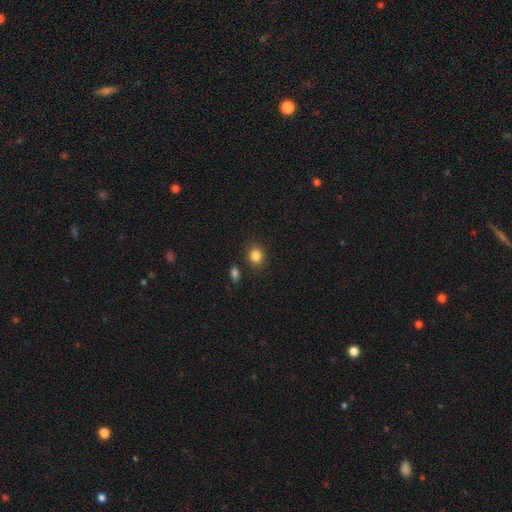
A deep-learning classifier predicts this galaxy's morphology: Q: Smooth or featured?
A: smooth (84%); runner-up: star or artifact (11%)
Q: How rounded?
A: round (66%); runner-up: in between (33%)
Q: Merging?
A: none (83%); runner-up: minor disturbance (10%)